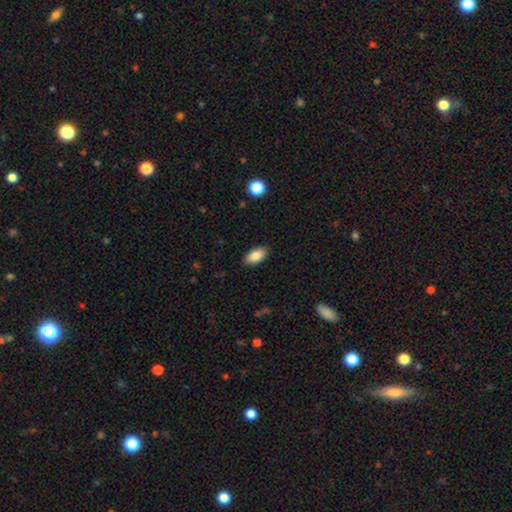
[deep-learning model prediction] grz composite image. It shows a smooth galaxy with no disk features (85%) that is in between round and cigar-shaped (93%). Merging: none (88%).